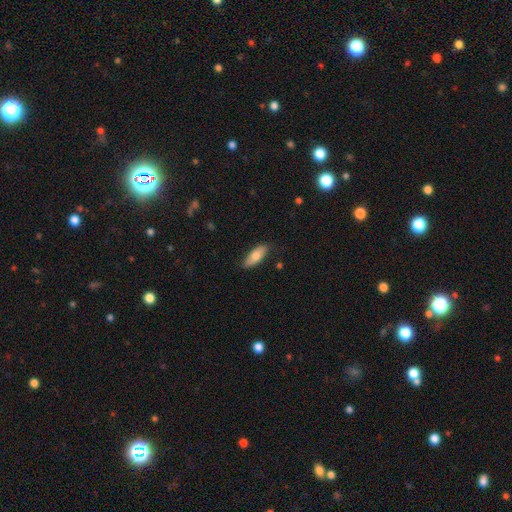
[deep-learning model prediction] Smooth or featured? Predicted: smooth (p=0.75). How rounded? Predicted: in between (p=0.72). Merging? Predicted: none (p=0.82).